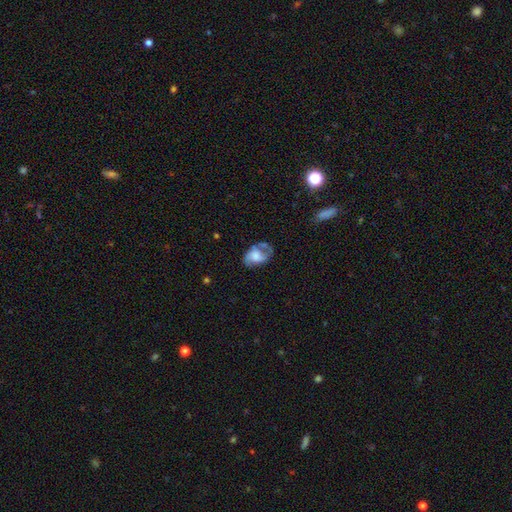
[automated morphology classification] Smooth or featured?
  - featured or disk: 50% *
  - smooth: 42%
  - star or artifact: 8%
Edge-on disk?
  - no: 96% *
  - yes: 4%
Merging?
  - none: 42% *
  - minor disturbance: 28%
  - major disturbance: 24%
  - merger: 6%